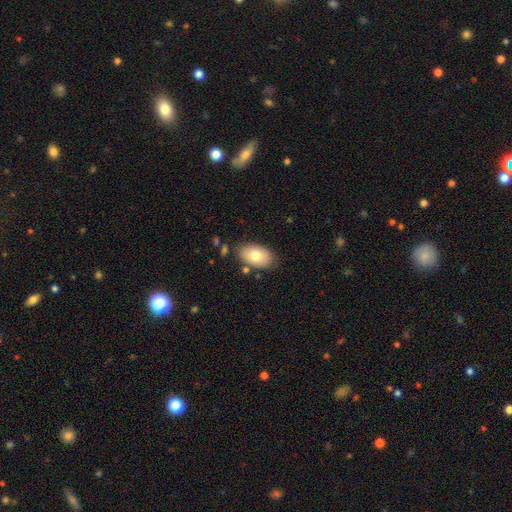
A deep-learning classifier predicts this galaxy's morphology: Smooth or featured?
  - smooth: 76% *
  - featured or disk: 17%
  - star or artifact: 7%
How rounded?
  - in between: 93% *
  - round: 6%
  - cigar-shaped: 1%
Merging?
  - none: 80% *
  - minor disturbance: 13%
  - merger: 4%
  - major disturbance: 3%